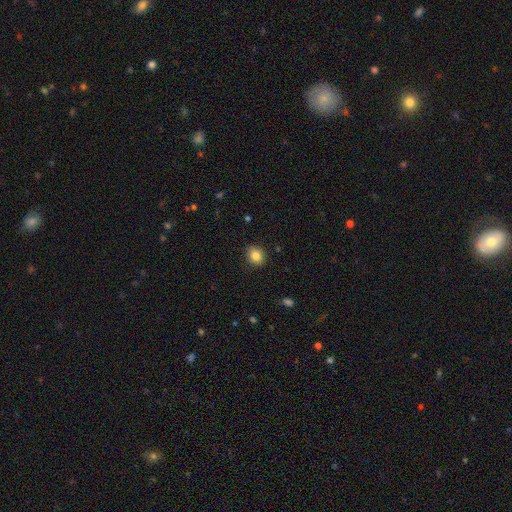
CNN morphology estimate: A smooth galaxy with no disk features (84%) that is round (69%).

Vote fractions:
- Smooth or featured? smooth: 84% / star or artifact: 10% / featured or disk: 6%
- How rounded? round: 69% / in between: 30% / cigar-shaped: 1%
- Merging? none: 87% / minor disturbance: 10% / major disturbance: 2% / merger: 1%